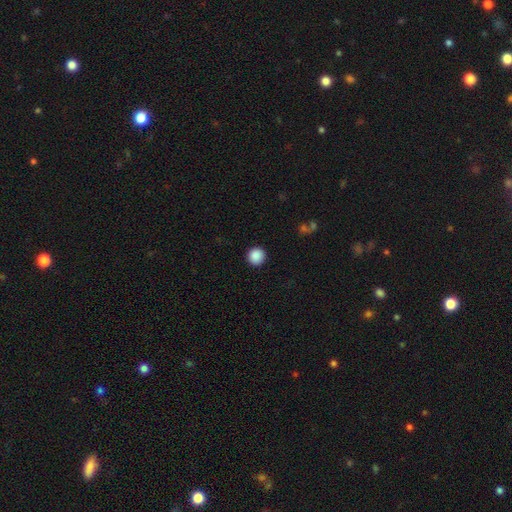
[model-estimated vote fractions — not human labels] A smooth galaxy with no disk features (89%) that is round (95%). Merging: none (93%).